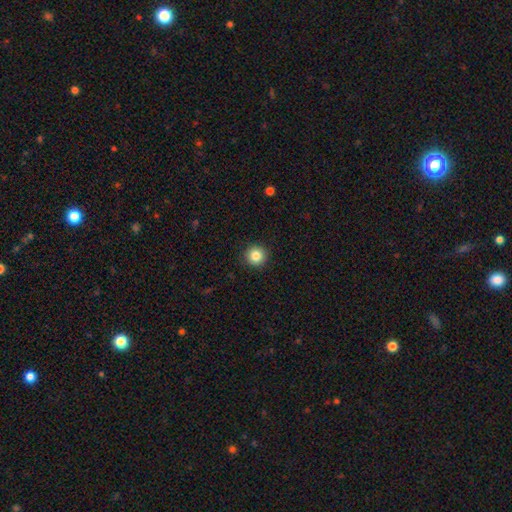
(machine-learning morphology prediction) Q: Smooth or featured?
A: smooth (85%); runner-up: star or artifact (10%)
Q: How rounded?
A: round (95%); runner-up: in between (4%)
Q: Merging?
A: none (92%); runner-up: minor disturbance (5%)